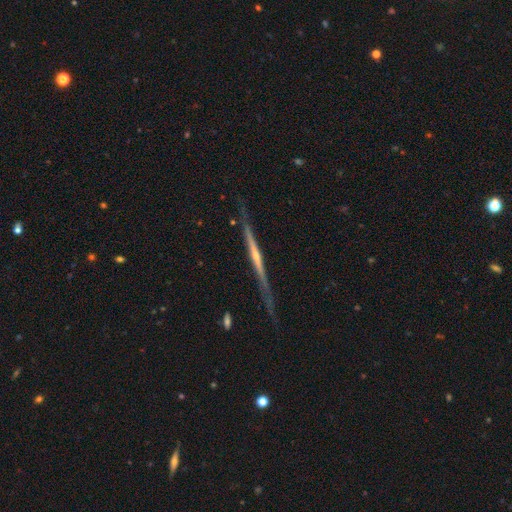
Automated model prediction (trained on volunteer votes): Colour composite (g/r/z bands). It shows a featured or disk galaxy (80%) viewed edge-on (98%) with a rounded central bulge (54%). Merging: none (83%).